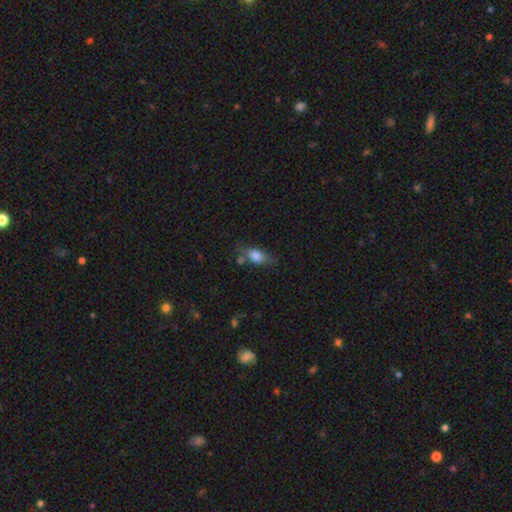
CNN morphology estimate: This appears to be a smooth galaxy with no disk features (77%) that is in between round and cigar-shaped (80%). Merging: none (48%).